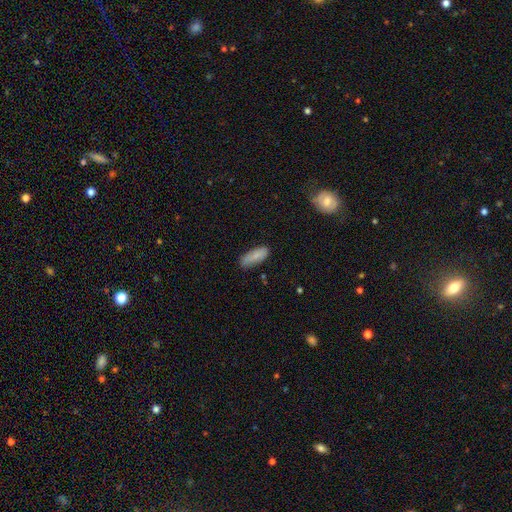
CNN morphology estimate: Overall: smooth (81%). How rounded: in between (72%). Merging: none (76%).